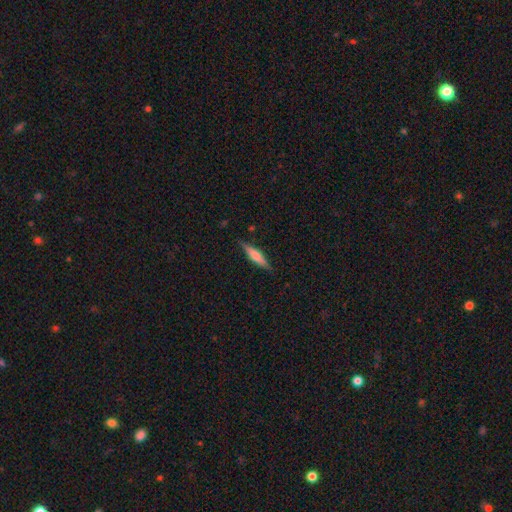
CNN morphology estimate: A smooth galaxy with no disk features (48%). Merging: none (87%).